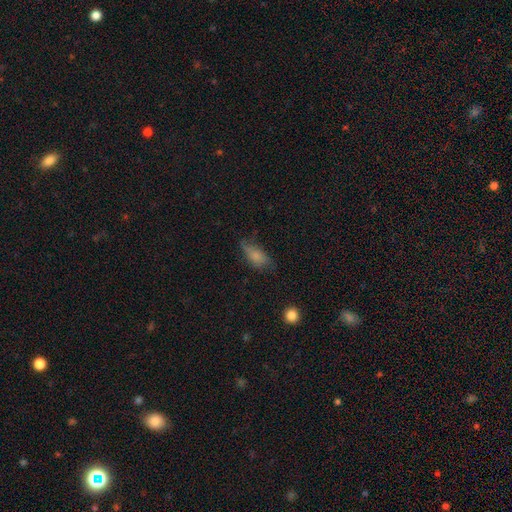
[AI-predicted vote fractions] Q: Smooth or featured?
A: smooth (71%); runner-up: featured or disk (19%)
Q: How rounded?
A: in between (86%); runner-up: cigar-shaped (10%)
Q: Merging?
A: none (50%); runner-up: minor disturbance (34%)